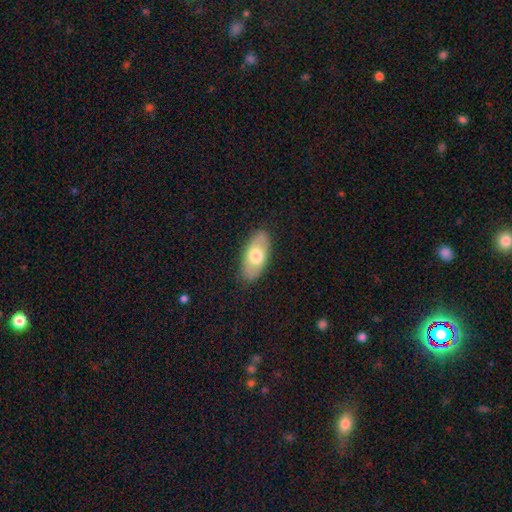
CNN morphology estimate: This appears to be a smooth galaxy with no disk features (67%) that is in between round and cigar-shaped (91%). Merging: none (86%).